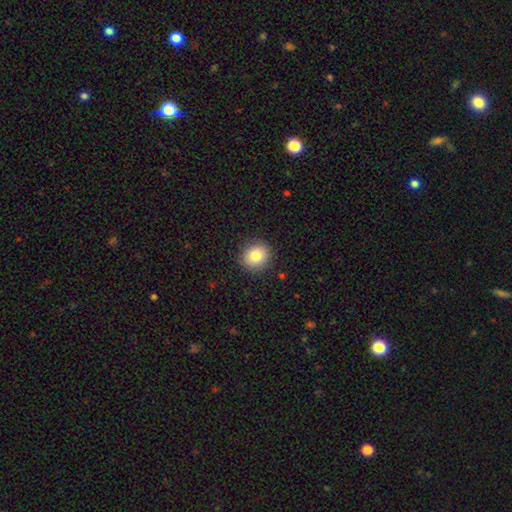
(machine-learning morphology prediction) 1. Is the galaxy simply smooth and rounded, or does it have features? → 81% smooth, 10% star or artifact, 9% featured or disk.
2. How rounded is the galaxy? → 81% round, 18% in between, 1% cigar-shaped.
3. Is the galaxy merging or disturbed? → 90% none, 7% minor disturbance, 2% major disturbance, 1% merger.